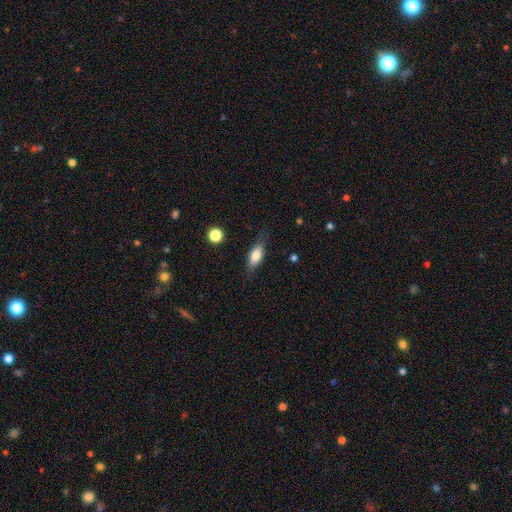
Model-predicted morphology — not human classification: Overall: smooth (68%). How rounded: in between (74%). Merging: none (75%).